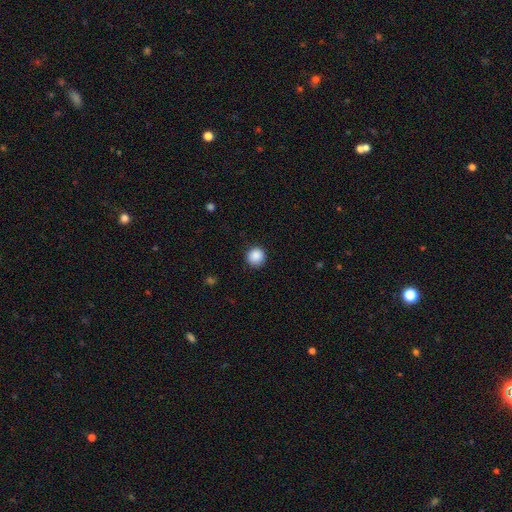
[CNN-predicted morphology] Overall: smooth (89%). How rounded: round (94%). Merging: none (90%).